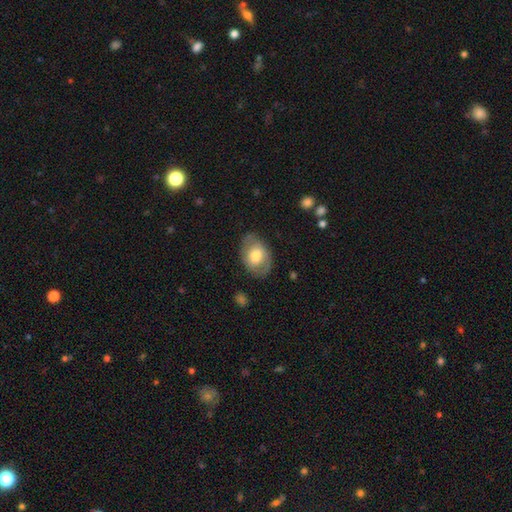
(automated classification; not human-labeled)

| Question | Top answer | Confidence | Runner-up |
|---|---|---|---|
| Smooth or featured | smooth | 55% | featured or disk (39%) |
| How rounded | in between | 78% | round (21%) |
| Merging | none | 75% | minor disturbance (17%) |